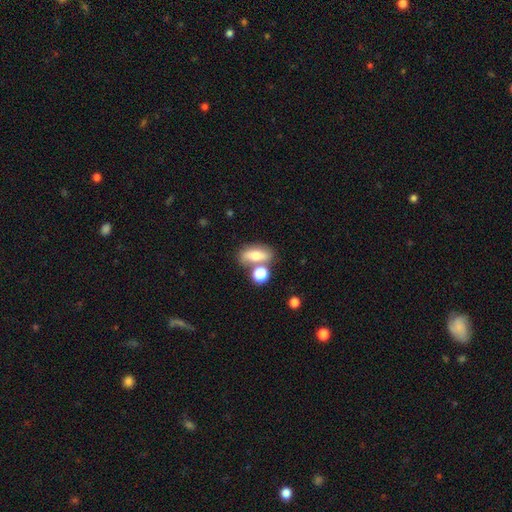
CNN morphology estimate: A smooth galaxy with no disk features (66%) that is in between round and cigar-shaped (72%).

Vote fractions:
- Smooth or featured? smooth: 66% / featured or disk: 24% / star or artifact: 10%
- How rounded? in between: 72% / round: 14% / cigar-shaped: 14%
- Merging? none: 57% / merger: 26% / minor disturbance: 13% / major disturbance: 5%